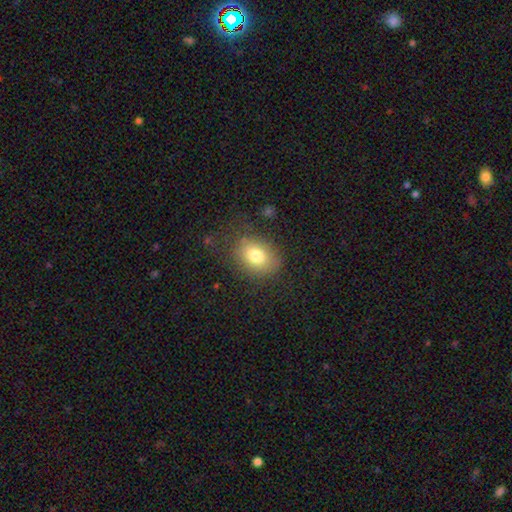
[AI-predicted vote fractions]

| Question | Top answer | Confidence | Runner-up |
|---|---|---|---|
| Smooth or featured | smooth | 78% | featured or disk (12%) |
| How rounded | in between | 67% | round (32%) |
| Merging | none | 75% | minor disturbance (16%) |